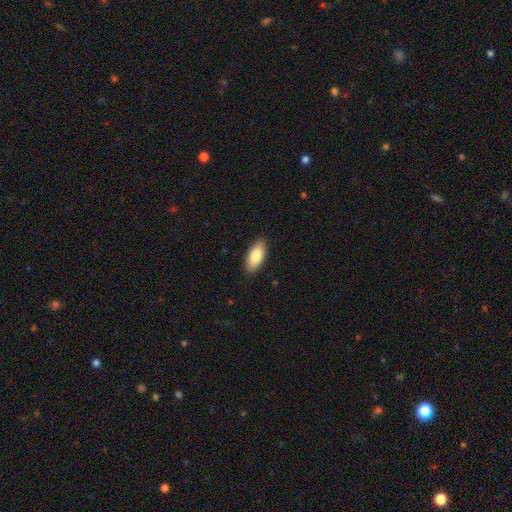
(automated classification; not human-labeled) smooth-or-featured: smooth: 83% | featured or disk: 11% | star or artifact: 6%
  how-rounded: in between: 89% | cigar-shaped: 9% | round: 2%
  merging: none: 89% | minor disturbance: 8% | major disturbance: 2% | merger: 1%